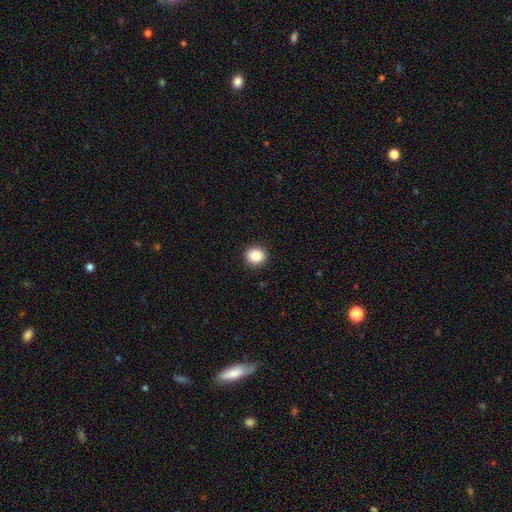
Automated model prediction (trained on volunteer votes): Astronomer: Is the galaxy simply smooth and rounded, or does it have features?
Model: smooth — 88%.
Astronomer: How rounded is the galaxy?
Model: round — 88%.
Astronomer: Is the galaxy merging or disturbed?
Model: none — 92%.